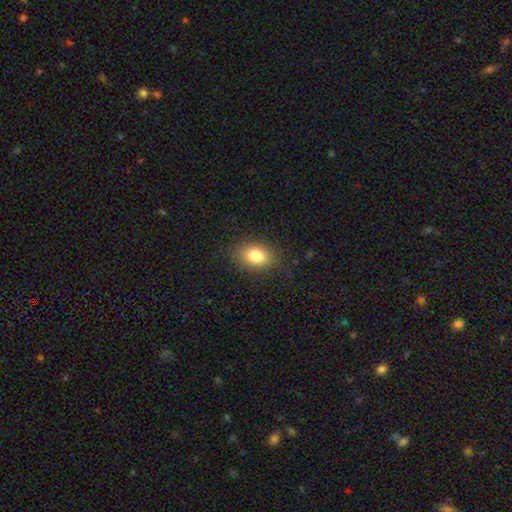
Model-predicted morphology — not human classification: Smooth or featured: smooth — 83% (star or artifact — 9%)
How rounded: in between — 78% (round — 20%)
Merging: none — 85% (minor disturbance — 10%)